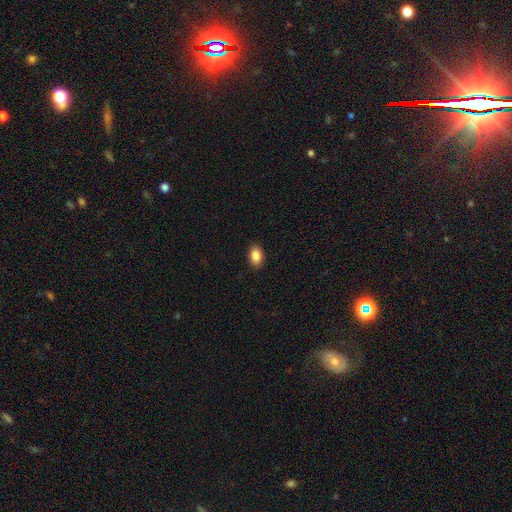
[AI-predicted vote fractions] Morphology: type=smooth (87%); roundness=in between (88%); merging=none (89%).